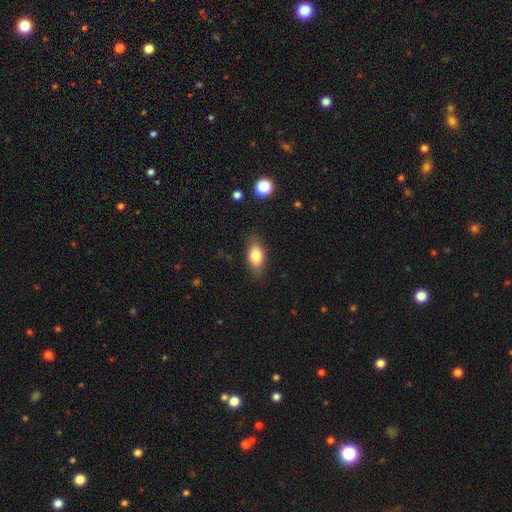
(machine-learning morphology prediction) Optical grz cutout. It shows a smooth galaxy with no disk features (80%) that is in between round and cigar-shaped (86%). Merging: none (81%).